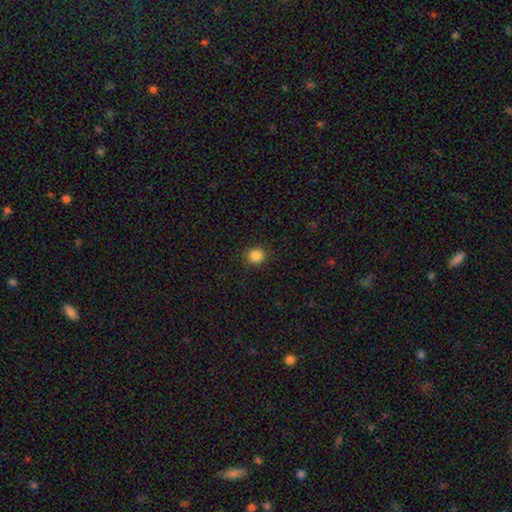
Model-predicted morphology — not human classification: The model was most divided on "how rounded": round: 86%, in between: 13%, cigar-shaped: 1%. More confident: merging — none (90%); smooth or featured — smooth (86%).